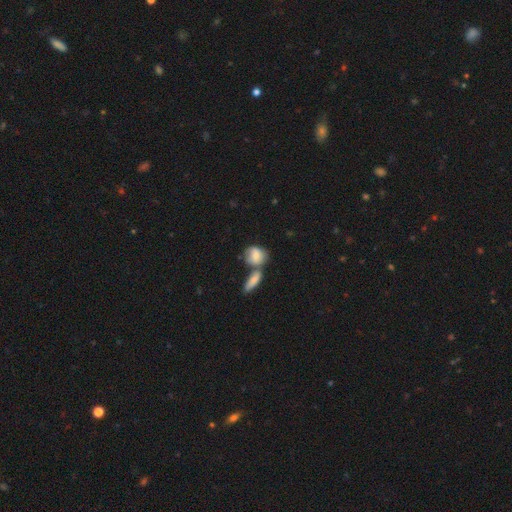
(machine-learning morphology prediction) This is likely a smooth galaxy (71%). How rounded: possibly in between (48%). Merging: marginally merger (44%).